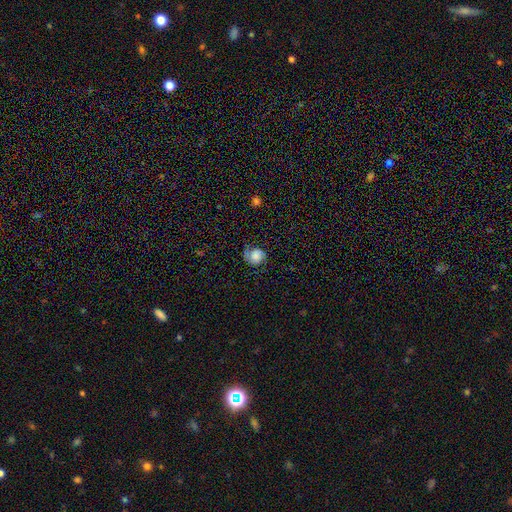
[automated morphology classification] Smooth or featured?
  - featured or disk: 48% *
  - smooth: 42%
  - star or artifact: 10%
Merging?
  - none: 66% *
  - minor disturbance: 21%
  - major disturbance: 11%
  - merger: 2%